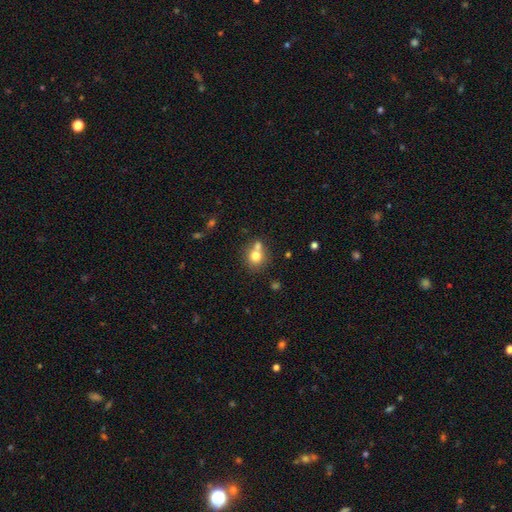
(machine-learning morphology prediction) Overall: smooth (74%). How rounded: round (79%). Merging: none (47%; merger 40%).